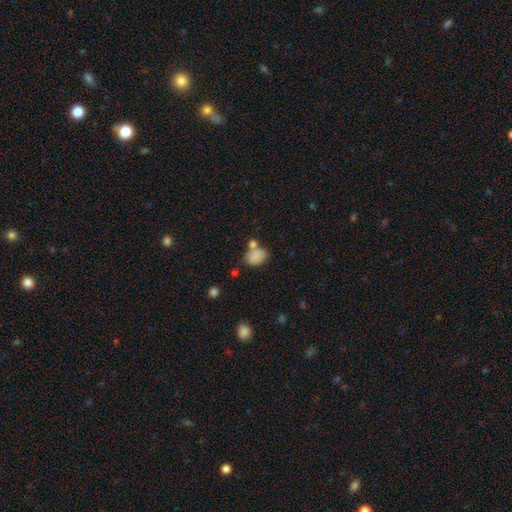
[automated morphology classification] smooth-or-featured: smooth: 83% | star or artifact: 9% | featured or disk: 7%
  how-rounded: in between: 73% | round: 26% | cigar-shaped: 1%
  merging: none: 49% | merger: 26% | minor disturbance: 18% | major disturbance: 7%